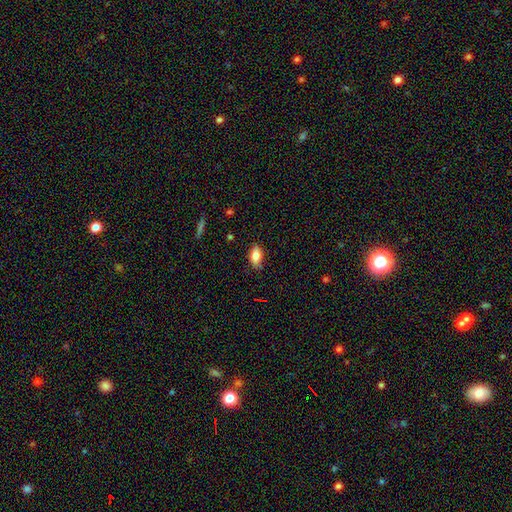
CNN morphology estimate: Smooth or featured?
  - smooth: 80% *
  - featured or disk: 12%
  - star or artifact: 8%
How rounded?
  - in between: 88% *
  - cigar-shaped: 6%
  - round: 5%
Merging?
  - none: 76% *
  - minor disturbance: 20%
  - major disturbance: 3%
  - merger: 1%